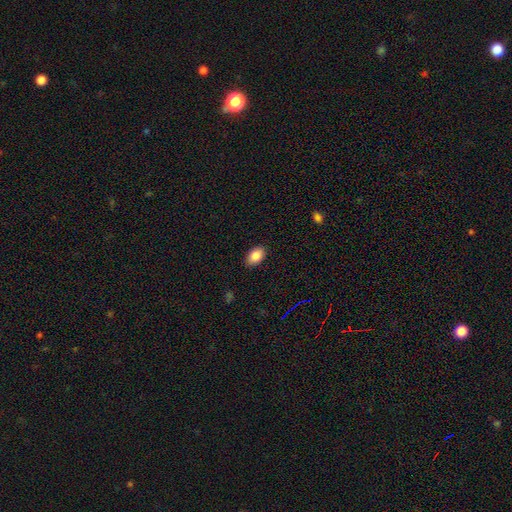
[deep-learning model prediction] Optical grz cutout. It shows a smooth galaxy with no disk features (86%) that is in between round and cigar-shaped (89%). Merging: none (88%).